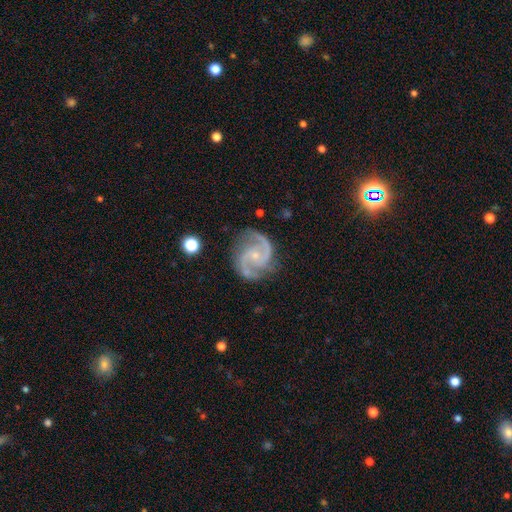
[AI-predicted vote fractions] This appears to be a featured or disk galaxy (93%) with no bar (61%), 2 (91%) medium (65%) spiral arms (99%) and a small central bulge (71%). Merging: none (81%).